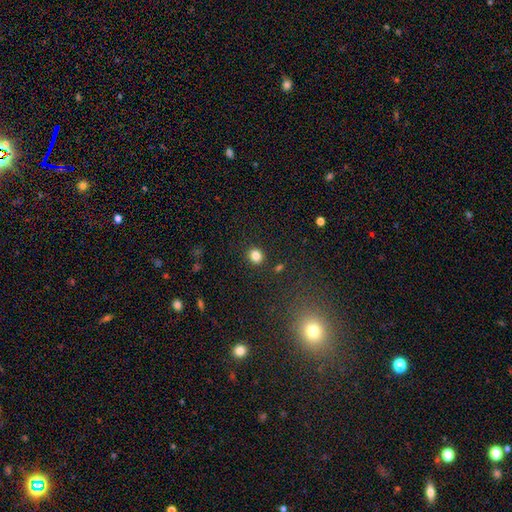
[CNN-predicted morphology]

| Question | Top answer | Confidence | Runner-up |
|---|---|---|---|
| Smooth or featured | smooth | 83% | star or artifact (12%) |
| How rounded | round | 77% | in between (22%) |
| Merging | none | 89% | minor disturbance (7%) |